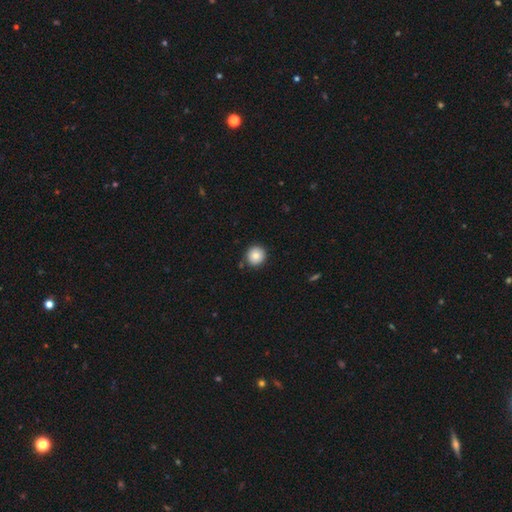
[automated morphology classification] smooth 82%, star or artifact 9%, featured or disk 9%. Down the decision tree: how rounded — round (94%); merging — none (88%).